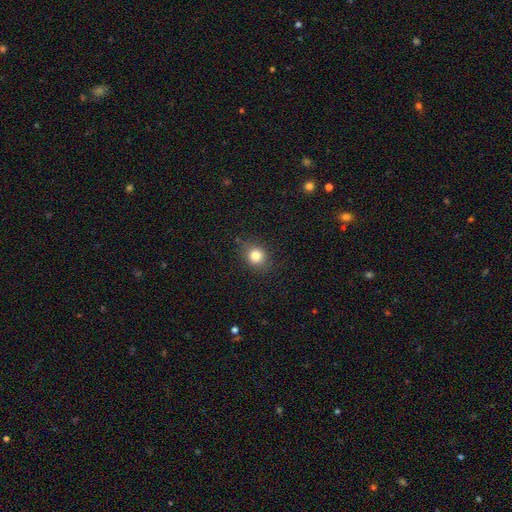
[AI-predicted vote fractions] Smooth or featured? smooth (82%)
How rounded? round (68%)
Merging? none (82%)